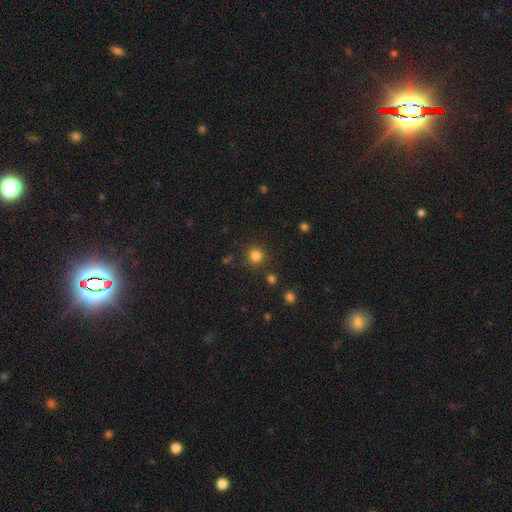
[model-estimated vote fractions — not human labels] smooth-or-featured: smooth: 82% | star or artifact: 14% | featured or disk: 4%
  how-rounded: round: 93% | in between: 6% | cigar-shaped: 1%
  merging: none: 87% | minor disturbance: 7% | merger: 3% | major disturbance: 3%